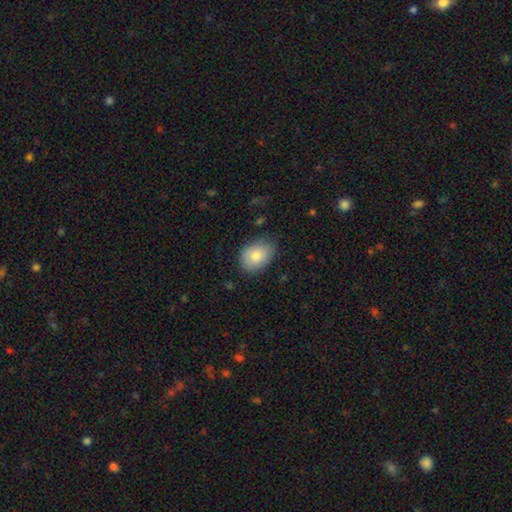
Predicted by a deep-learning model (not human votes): Smooth or featured?
  - smooth: 82% *
  - featured or disk: 11%
  - star or artifact: 7%
How rounded?
  - in between: 75% *
  - round: 24%
  - cigar-shaped: 1%
Merging?
  - none: 77% *
  - minor disturbance: 19%
  - major disturbance: 3%
  - merger: 1%